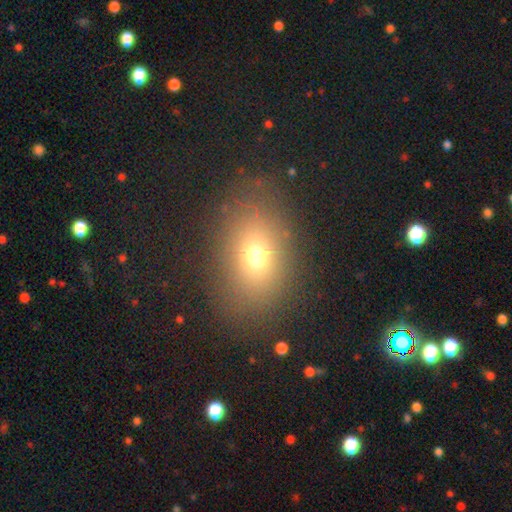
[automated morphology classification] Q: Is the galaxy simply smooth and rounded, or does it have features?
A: smooth — 69%.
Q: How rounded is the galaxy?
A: in between — 71%.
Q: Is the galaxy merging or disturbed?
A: none — 80%.